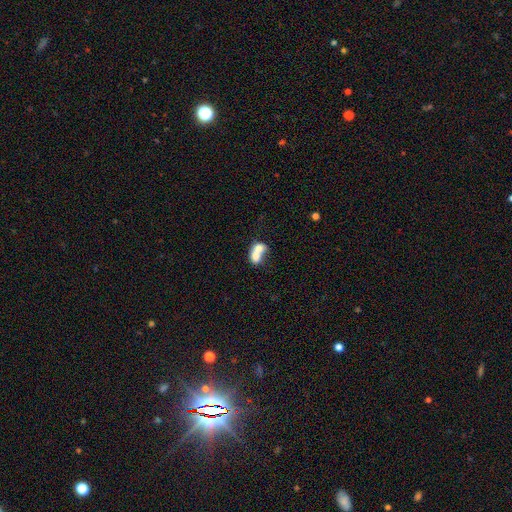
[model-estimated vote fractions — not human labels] Smooth or featured: smooth — 67% (featured or disk — 25%)
How rounded: in between — 66% (round — 32%)
Merging: merger — 76% (none — 14%)